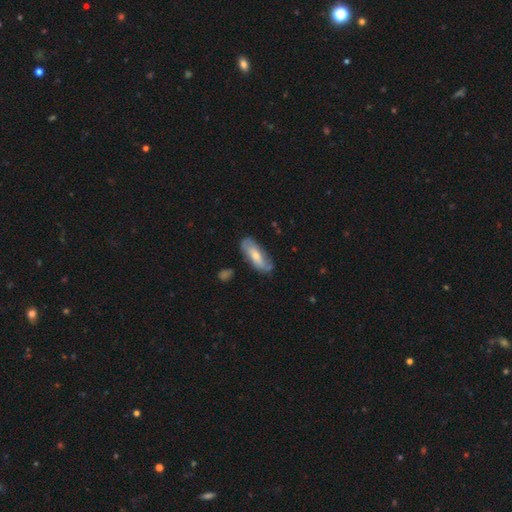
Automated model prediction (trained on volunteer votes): This is possibly a smooth galaxy (53%). How rounded: likely in between (72%). Merging: likely none (70%).